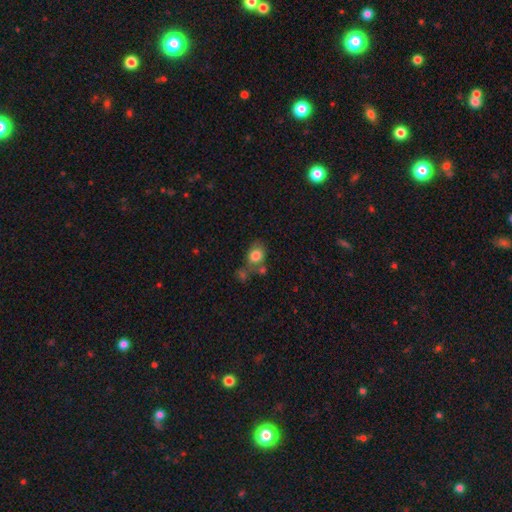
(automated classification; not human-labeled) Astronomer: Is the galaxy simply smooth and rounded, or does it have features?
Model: smooth — 81%.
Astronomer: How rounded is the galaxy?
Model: in between — 57% (runner-up: round, 42%).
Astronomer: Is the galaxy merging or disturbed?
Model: none — 48% (runner-up: merger, 25%).